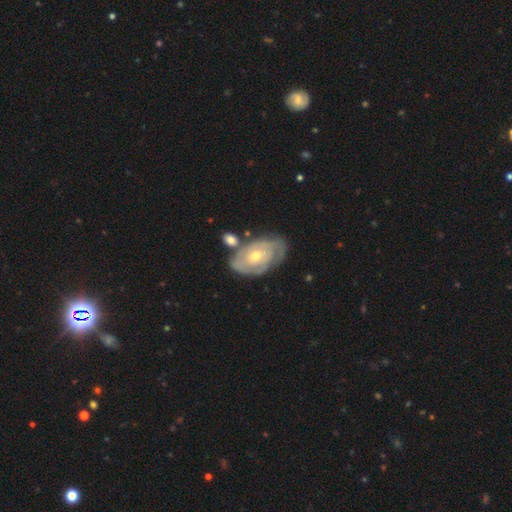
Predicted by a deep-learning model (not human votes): Smooth or featured? featured or disk (76%)
Edge-on disk? no (95%)
Bar? no (73%)
Spiral arms? yes (81%)
Spiral winding? tight (71%)
Spiral arm count? can't tell (48%)
Bulge size? small (54%)
Merging? none (58%)